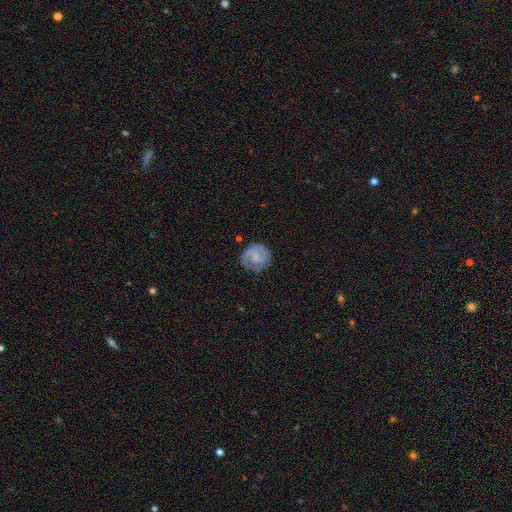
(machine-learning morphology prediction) Overall: featured or disk (60%; smooth 33%). Edge-on disk: no (98%). Bar: no (48%; weak 41%). Spiral arms: yes (85%). Bulge size: none (46%; small 33%). Merging: none (74%).